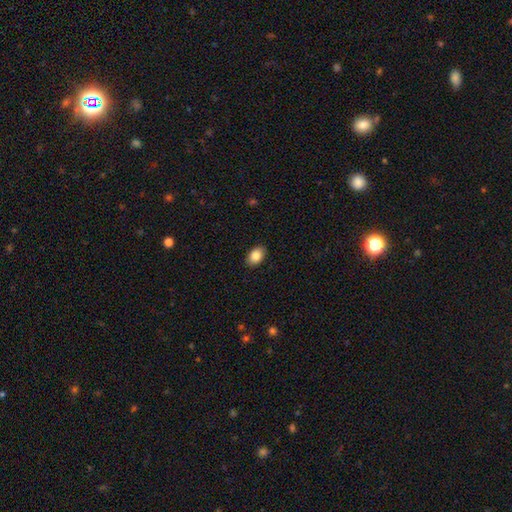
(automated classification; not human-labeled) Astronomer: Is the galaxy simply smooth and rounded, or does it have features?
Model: smooth — 87%.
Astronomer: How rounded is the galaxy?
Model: in between — 85%.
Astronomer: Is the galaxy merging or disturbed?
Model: none — 88%.